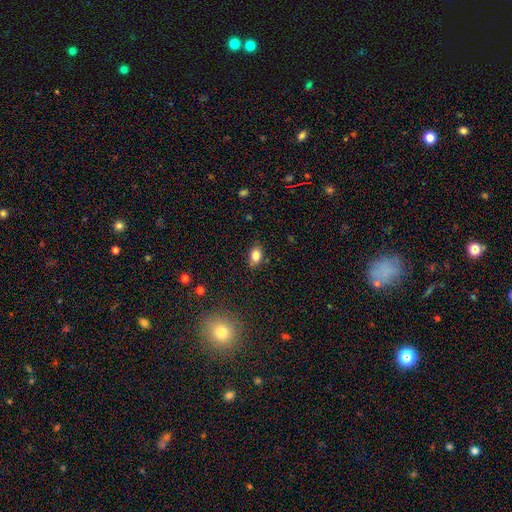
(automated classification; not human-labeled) A smooth galaxy with no disk features (82%) that is in between round and cigar-shaped (82%).

Vote fractions:
- Smooth or featured? smooth: 82% / star or artifact: 10% / featured or disk: 8%
- How rounded? in between: 82% / round: 17% / cigar-shaped: 2%
- Merging? none: 84% / minor disturbance: 12% / major disturbance: 2% / merger: 1%